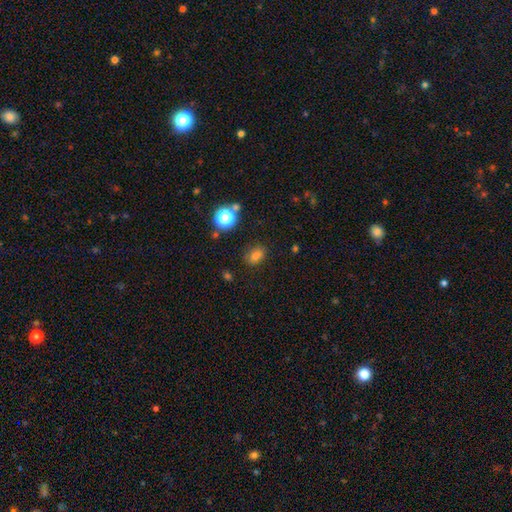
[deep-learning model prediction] Smooth or featured? smooth (74%)
How rounded? in between (66%)
Merging? none (80%)